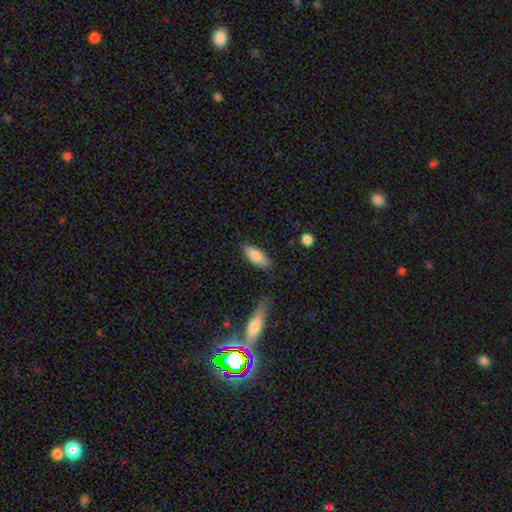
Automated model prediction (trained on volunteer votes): A smooth galaxy with no disk features (81%) that is in between round and cigar-shaped (72%).

Vote fractions:
- Smooth or featured? smooth: 81% / featured or disk: 13% / star or artifact: 6%
- How rounded? in between: 72% / cigar-shaped: 26% / round: 2%
- Merging? none: 80% / minor disturbance: 14% / major disturbance: 3% / merger: 3%